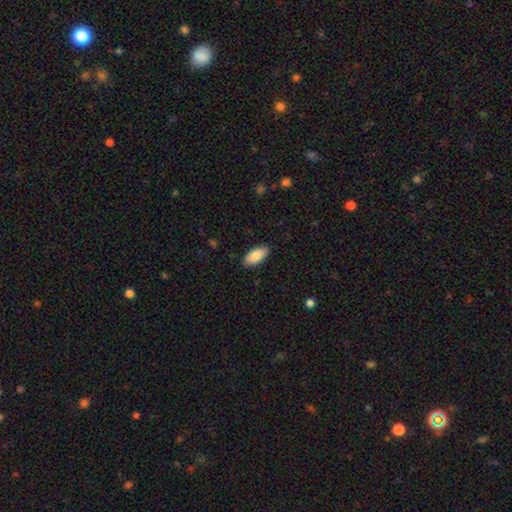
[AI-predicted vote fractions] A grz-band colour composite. It shows a smooth galaxy with no disk features (86%) that is in between round and cigar-shaped (92%). Merging: none (88%).